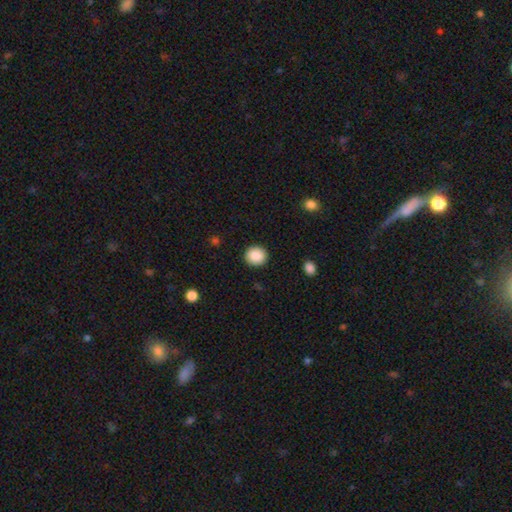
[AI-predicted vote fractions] A smooth galaxy with no disk features (88%) that is round (89%).

Vote fractions:
- Smooth or featured? smooth: 88% / star or artifact: 8% / featured or disk: 4%
- How rounded? round: 89% / in between: 10% / cigar-shaped: 1%
- Merging? none: 92% / minor disturbance: 5% / major disturbance: 2% / merger: 1%